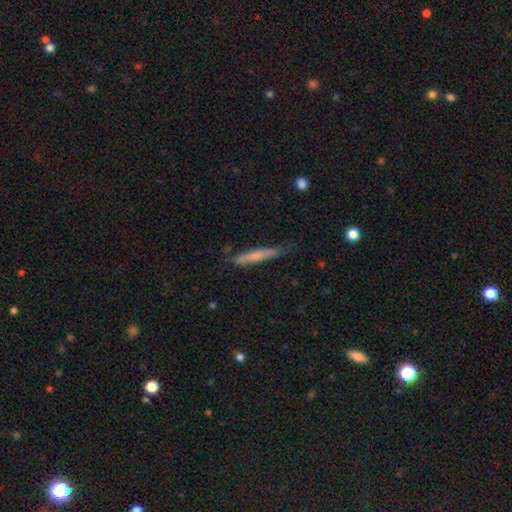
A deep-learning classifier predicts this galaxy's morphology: This is possibly a smooth galaxy (60%). How rounded: clearly cigar-shaped (93%). Merging: likely none (67%).